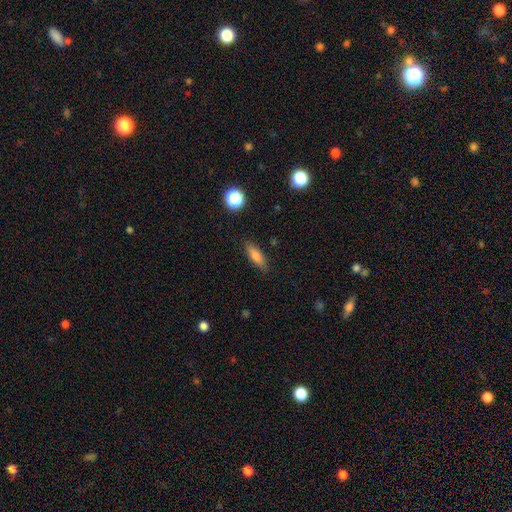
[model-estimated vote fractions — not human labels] This appears to be a smooth galaxy with no disk features (75%) that is in between round and cigar-shaped (50%). Merging: none (86%).